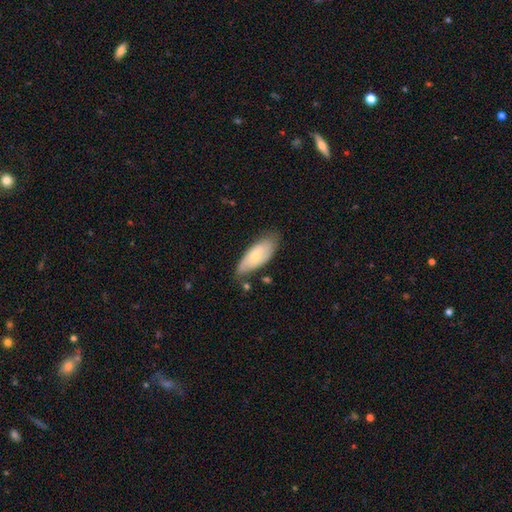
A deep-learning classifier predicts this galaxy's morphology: The model was most divided on "smooth or featured": smooth: 57%, featured or disk: 37%, star or artifact: 6%. More confident: how rounded — in between (80%); merging — none (64%).